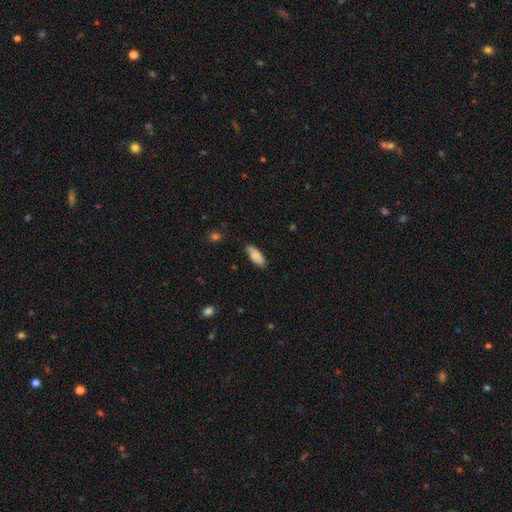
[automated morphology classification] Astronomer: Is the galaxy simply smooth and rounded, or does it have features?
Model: smooth — 82%.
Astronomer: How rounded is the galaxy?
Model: in between — 79%.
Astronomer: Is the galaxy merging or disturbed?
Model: none — 74%.